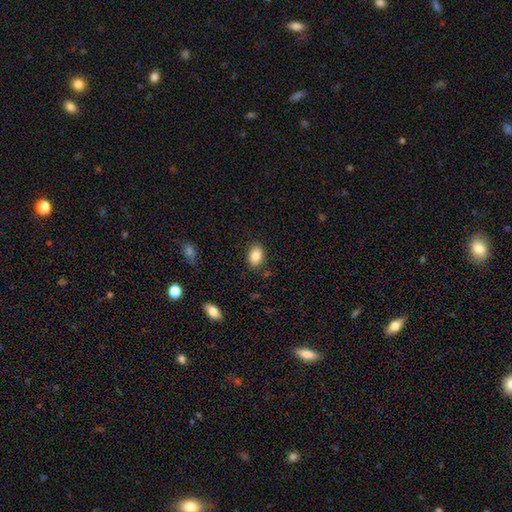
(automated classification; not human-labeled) The model was most divided on "how rounded": in between: 82%, round: 17%, cigar-shaped: 1%. More confident: merging — none (86%); smooth or featured — smooth (85%).